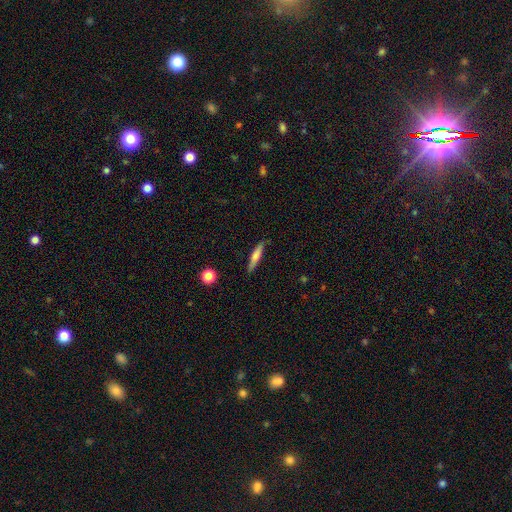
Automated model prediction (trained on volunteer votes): Smooth or featured? smooth (58%)
How rounded? cigar-shaped (87%)
Merging? none (84%)